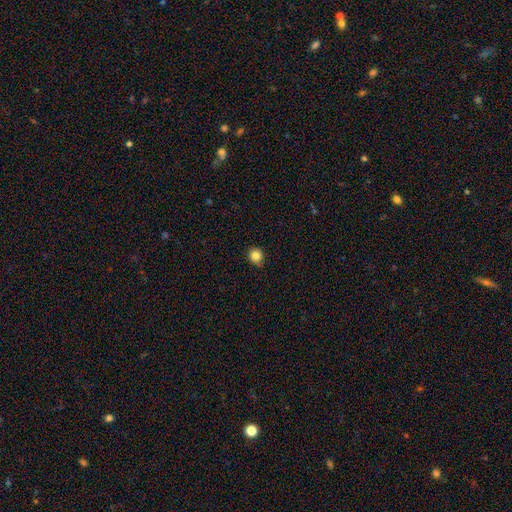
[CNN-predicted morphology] This appears to be a smooth galaxy with no disk features (83%) that is round (86%). Merging: none (81%).